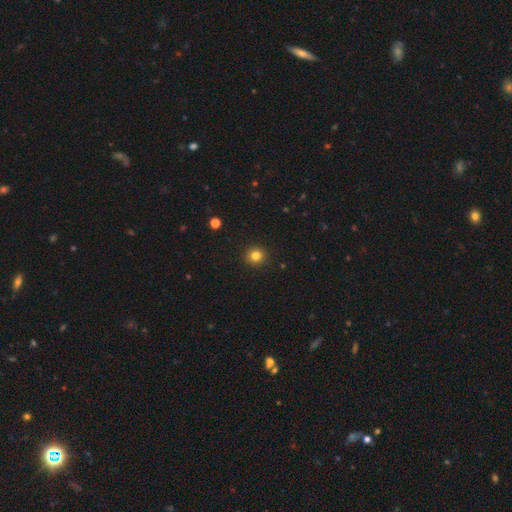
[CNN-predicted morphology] A smooth galaxy with no disk features (82%) that is round (93%).

Vote fractions:
- Smooth or featured? smooth: 82% / star or artifact: 12% / featured or disk: 5%
- How rounded? round: 93% / in between: 6% / cigar-shaped: 1%
- Merging? none: 93% / minor disturbance: 4% / major disturbance: 2% / merger: 1%